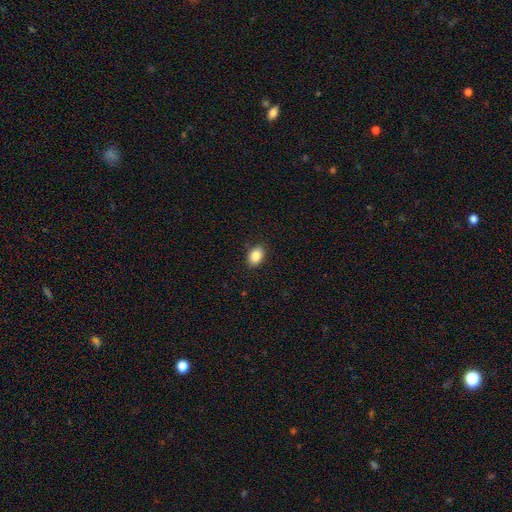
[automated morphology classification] Overall: smooth (87%). How rounded: in between (78%). Merging: none (88%).